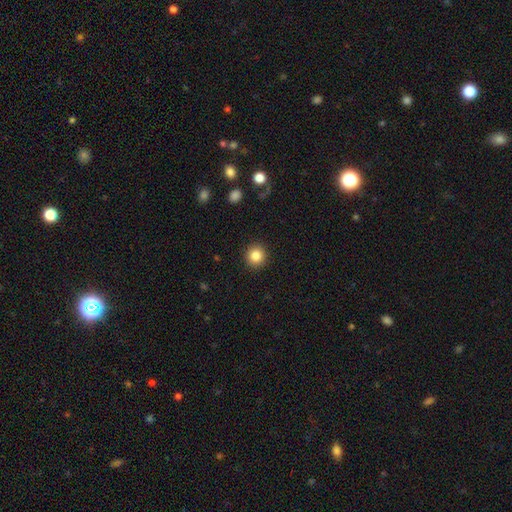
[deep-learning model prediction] Smooth or featured: smooth — 85% (star or artifact — 10%)
How rounded: round — 92% (in between — 7%)
Merging: none — 92% (minor disturbance — 5%)